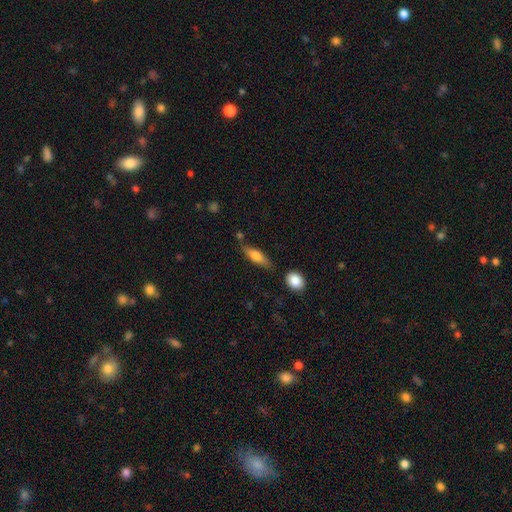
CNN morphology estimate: Smooth or featured? Predicted: smooth (p=0.66). How rounded? Predicted: cigar-shaped (p=0.49). Merging? Predicted: none (p=0.71).